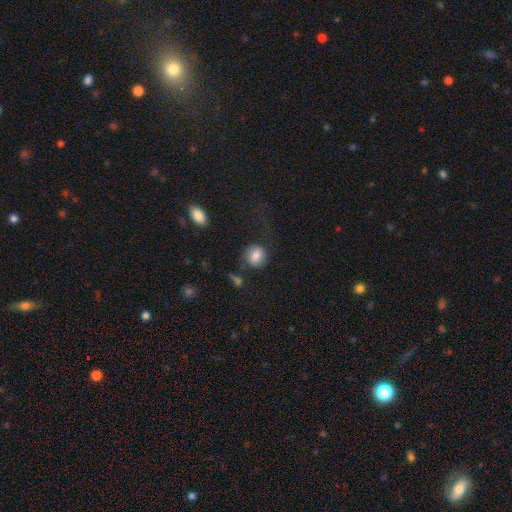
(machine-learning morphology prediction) Smooth or featured? Predicted: smooth (p=0.78). How rounded? Predicted: round (p=0.82). Merging? Predicted: none (p=0.63).